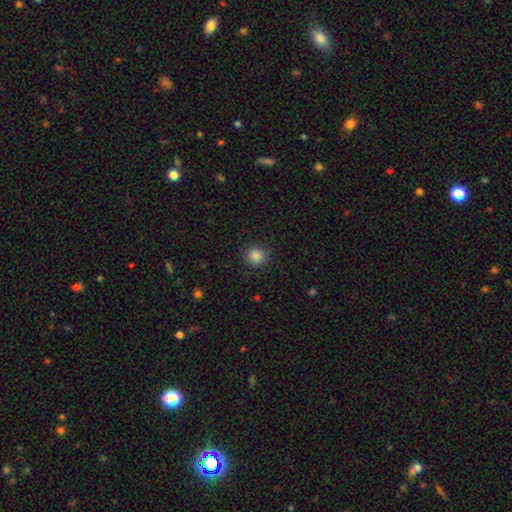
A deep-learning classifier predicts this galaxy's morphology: The model was most divided on "smooth or featured": smooth: 87%, star or artifact: 10%, featured or disk: 3%. More confident: how rounded — round (92%); merging — none (88%).